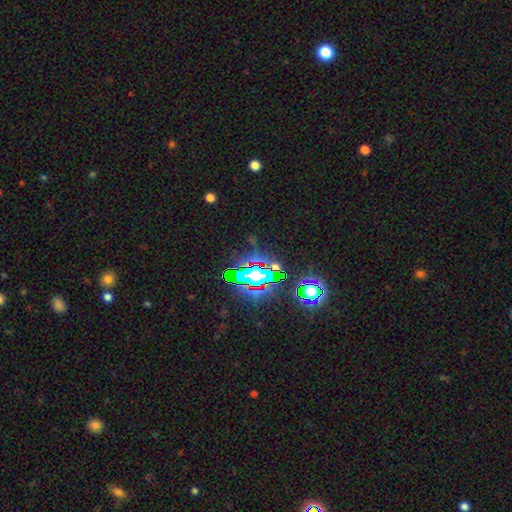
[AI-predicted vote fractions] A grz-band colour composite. It shows a star or artifact, not a galaxy (77%).